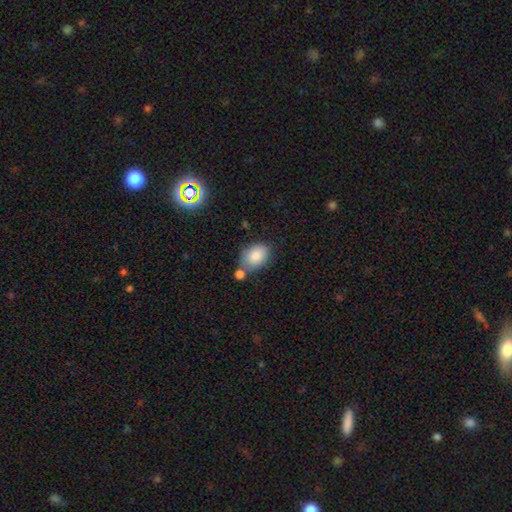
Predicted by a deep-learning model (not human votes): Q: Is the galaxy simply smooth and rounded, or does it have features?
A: smooth — 85%.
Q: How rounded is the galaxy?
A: in between — 80%.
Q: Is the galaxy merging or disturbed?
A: none — 59%.